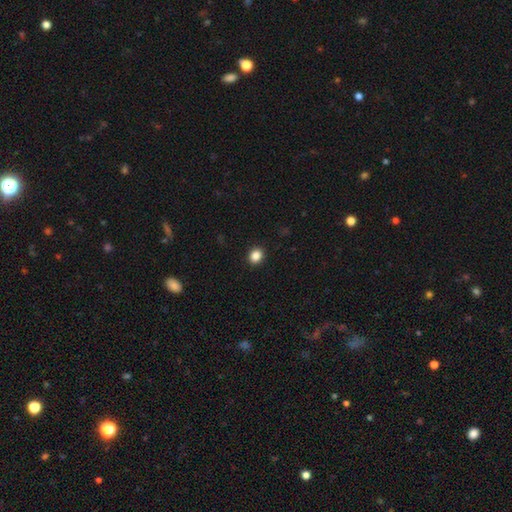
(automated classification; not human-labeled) The model was most divided on "how rounded": round: 73%, in between: 26%, cigar-shaped: 1%. More confident: merging — none (92%); smooth or featured — smooth (86%).